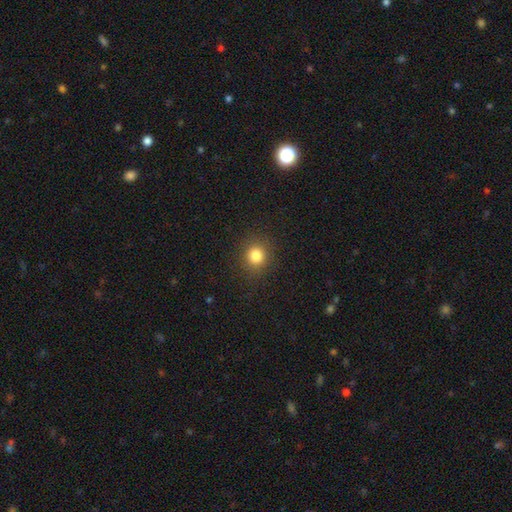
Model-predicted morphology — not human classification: This is clearly a smooth galaxy (82%). How rounded: clearly round (87%). Merging: clearly none (89%).